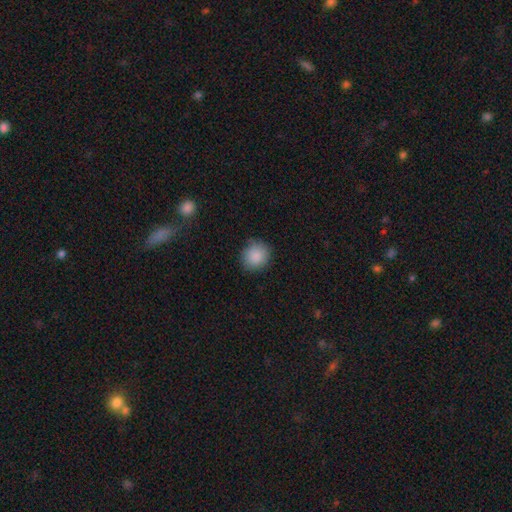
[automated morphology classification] The model was most divided on "merging": none: 84%, minor disturbance: 12%, major disturbance: 3%, merger: 1%. More confident: smooth or featured — smooth (89%); how rounded — round (87%).